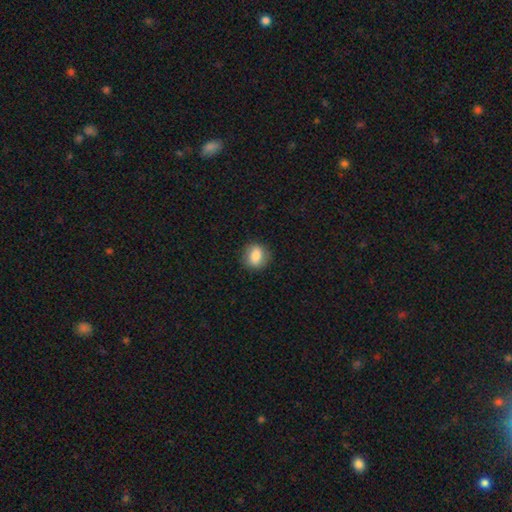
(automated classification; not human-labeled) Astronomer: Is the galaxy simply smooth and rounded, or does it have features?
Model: smooth — 80%.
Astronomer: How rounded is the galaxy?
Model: round — 64%.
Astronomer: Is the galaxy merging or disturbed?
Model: none — 84%.